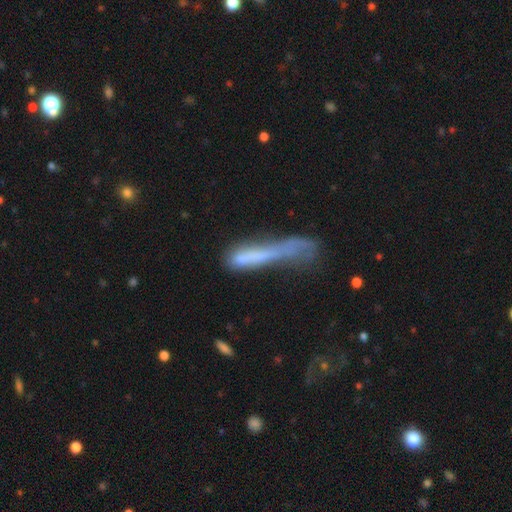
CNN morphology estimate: The model was most divided on "merging": major disturbance: 36%, none: 26%, minor disturbance: 23%, merger: 14%. More confident: how rounded — cigar-shaped (89%); smooth or featured — smooth (59%).